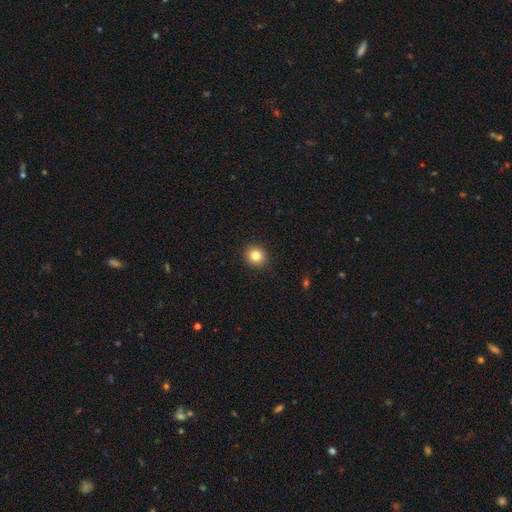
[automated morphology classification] This appears to be a smooth galaxy with no disk features (83%) that is round (86%). Merging: none (92%).